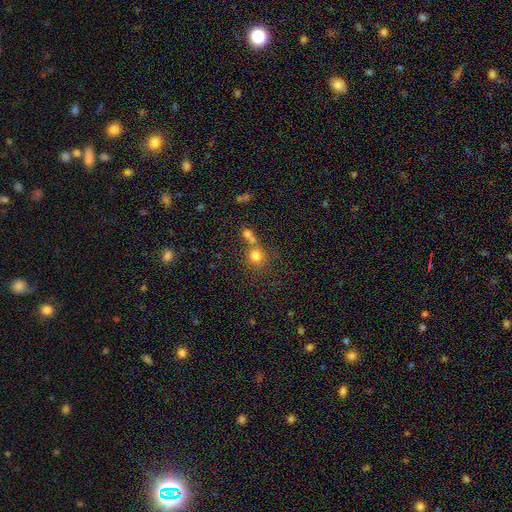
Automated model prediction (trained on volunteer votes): smooth-or-featured: smooth: 74% | star or artifact: 15% | featured or disk: 11%
  how-rounded: round: 87% | in between: 12% | cigar-shaped: 1%
  merging: none: 48% | merger: 38% | minor disturbance: 9% | major disturbance: 5%